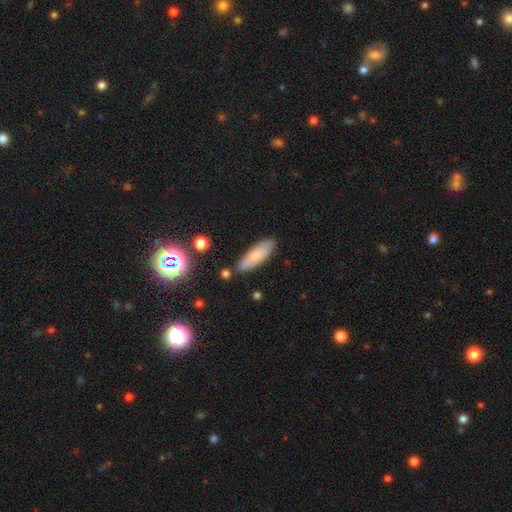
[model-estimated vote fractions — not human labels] This is likely a smooth galaxy (77%). How rounded: possibly in between (51%). Merging: clearly none (81%).